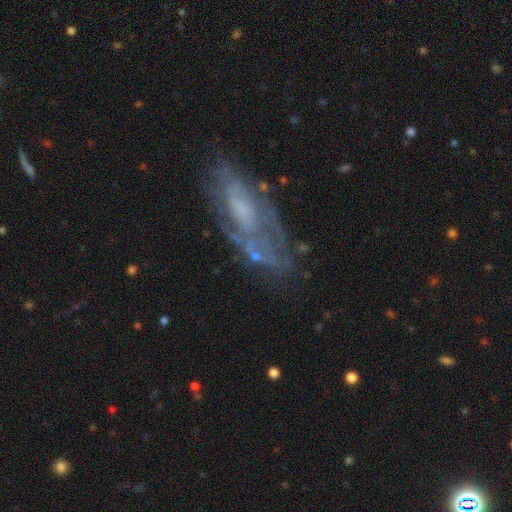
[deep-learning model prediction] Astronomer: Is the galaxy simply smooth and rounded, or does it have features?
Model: featured or disk — 69%.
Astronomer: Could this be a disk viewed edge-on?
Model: no — 87%.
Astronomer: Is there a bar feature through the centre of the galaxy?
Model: no — 72%.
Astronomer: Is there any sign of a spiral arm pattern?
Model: yes — 58% (runner-up: no, 42%).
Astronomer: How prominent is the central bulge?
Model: small — 35% (runner-up: none, 30%).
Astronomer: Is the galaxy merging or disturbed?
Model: none — 56%.